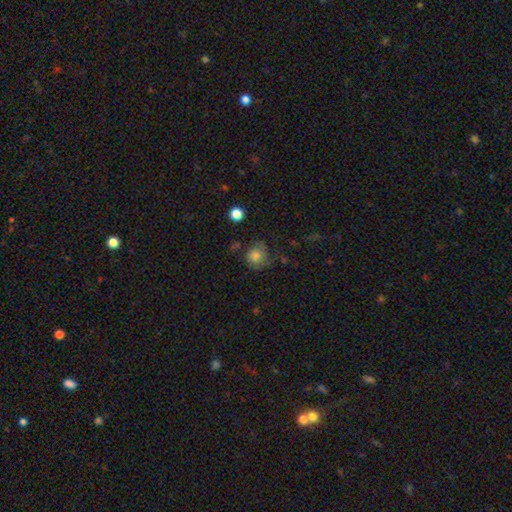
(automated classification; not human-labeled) A smooth galaxy with no disk features (78%) that is round (86%).

Vote fractions:
- Smooth or featured? smooth: 78% / featured or disk: 11% / star or artifact: 11%
- How rounded? round: 86% / in between: 13% / cigar-shaped: 1%
- Merging? none: 63% / minor disturbance: 23% / major disturbance: 10% / merger: 4%